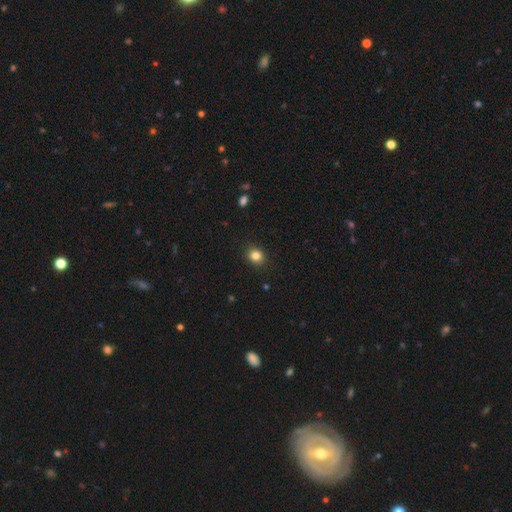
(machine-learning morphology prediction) Smooth or featured: smooth — 83% (star or artifact — 12%)
How rounded: round — 71% (in between — 29%)
Merging: none — 90% (minor disturbance — 7%)